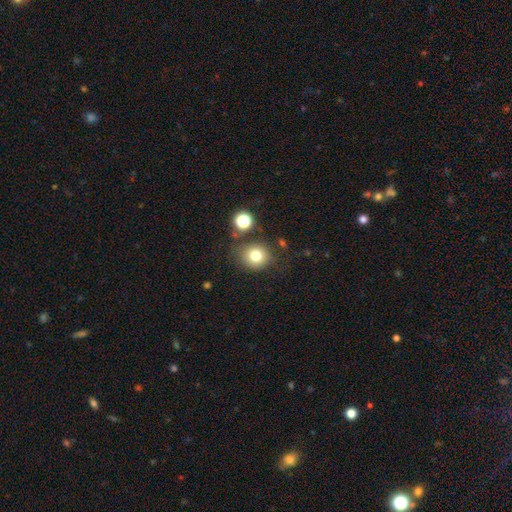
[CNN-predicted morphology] Smooth or featured?
  - smooth: 78% *
  - star or artifact: 13%
  - featured or disk: 9%
How rounded?
  - round: 81% *
  - in between: 18%
  - cigar-shaped: 1%
Merging?
  - none: 76% *
  - minor disturbance: 13%
  - merger: 6%
  - major disturbance: 5%